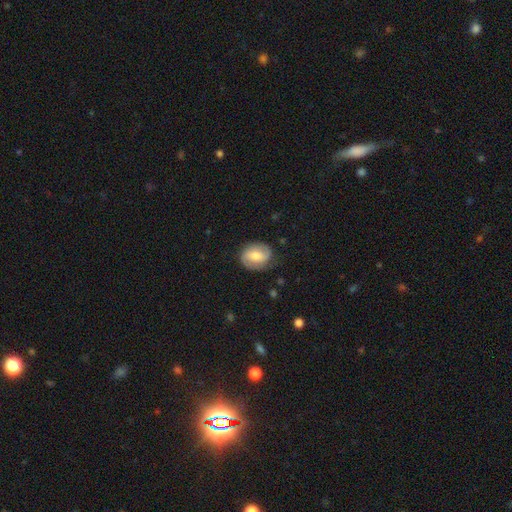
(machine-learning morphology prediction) Q: Smooth or featured?
A: featured or disk (52%); runner-up: smooth (42%)
Q: Edge-on disk?
A: no (96%); runner-up: yes (4%)
Q: Merging?
A: none (77%); runner-up: minor disturbance (16%)